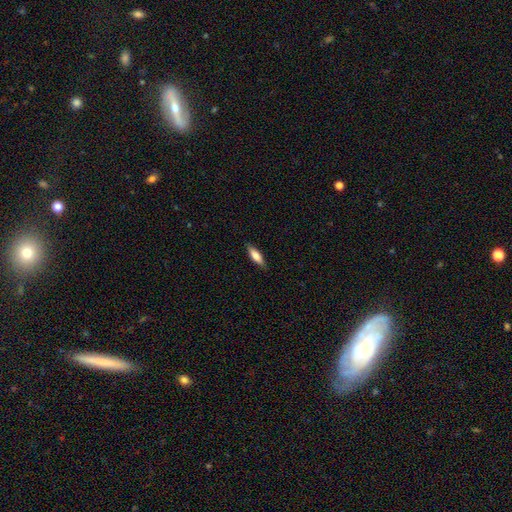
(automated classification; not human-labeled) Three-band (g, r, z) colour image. It shows a smooth galaxy with no disk features (75%) that is cigar-shaped (51%). Merging: none (86%).